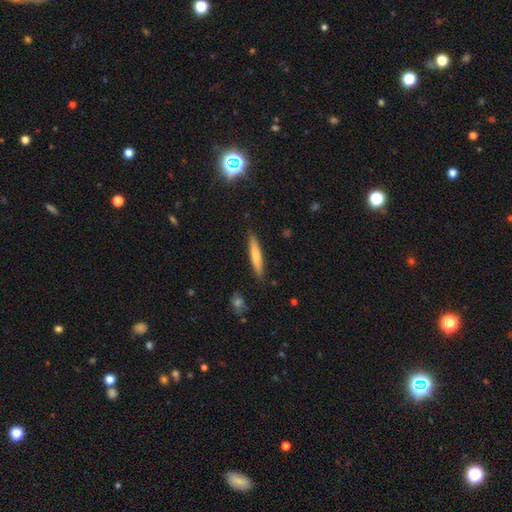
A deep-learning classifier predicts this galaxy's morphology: A smooth galaxy with no disk features (73%) that is cigar-shaped (91%). Merging: none (88%).